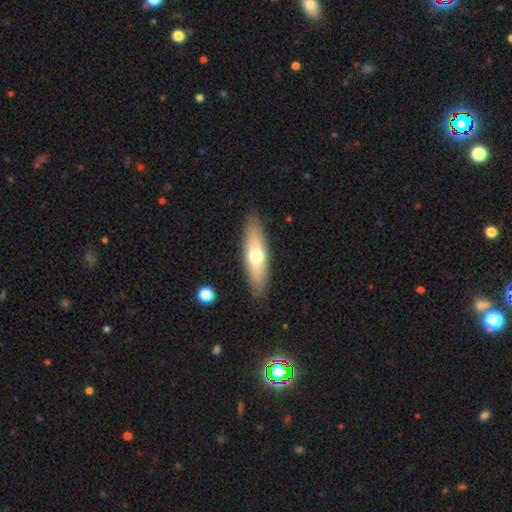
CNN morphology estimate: A smooth galaxy with no disk features (60%) that is cigar-shaped (53%).

Vote fractions:
- Smooth or featured? smooth: 60% / featured or disk: 34% / star or artifact: 6%
- How rounded? cigar-shaped: 53% / in between: 45% / round: 2%
- Merging? none: 87% / minor disturbance: 9% / major disturbance: 2% / merger: 1%